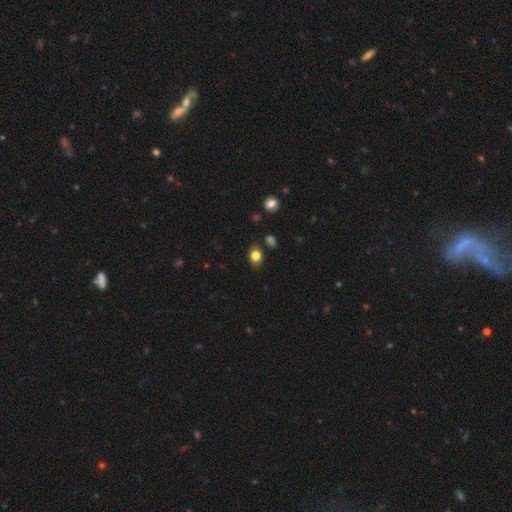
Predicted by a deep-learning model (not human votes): Morphology: type=smooth (82%); roundness=round (52%); merging=none (84%).